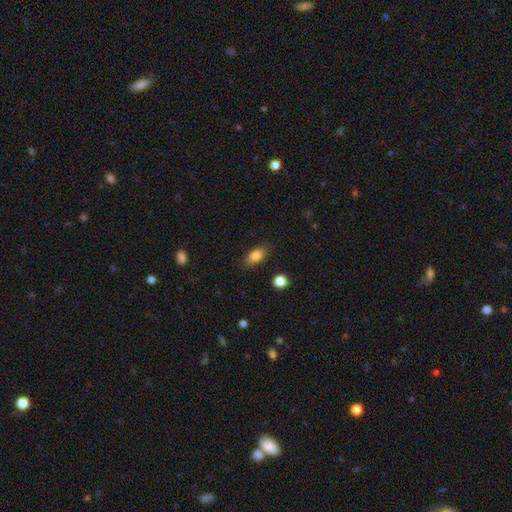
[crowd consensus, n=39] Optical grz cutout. It shows a smooth galaxy with no disk features (92%) that is in between round and cigar-shaped (78%). Merging: none (81%).